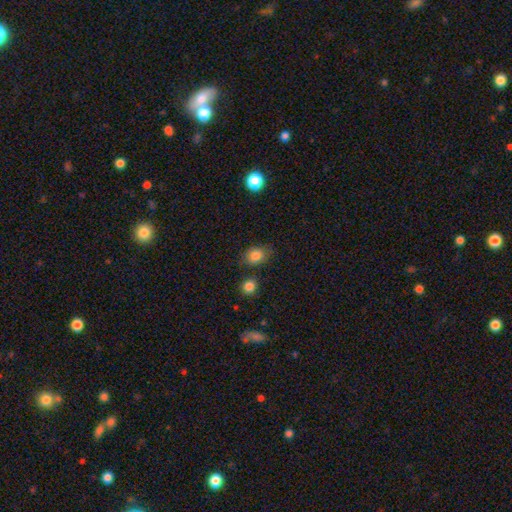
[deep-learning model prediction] Smooth or featured? Predicted: smooth (p=0.83). How rounded? Predicted: in between (p=0.61). Merging? Predicted: none (p=0.72).